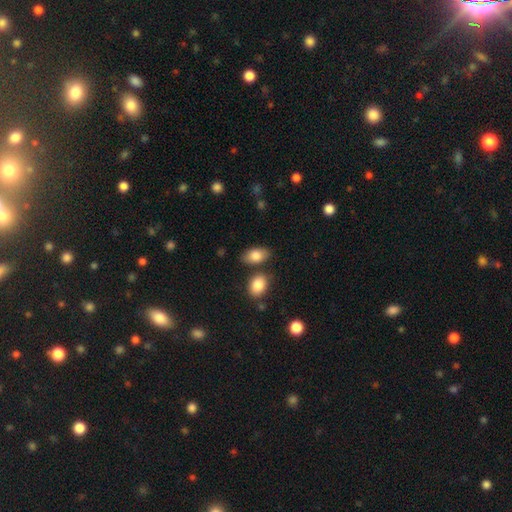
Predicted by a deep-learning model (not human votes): A smooth galaxy with no disk features (84%) that is in between round and cigar-shaped (92%). Merging: none (74%).